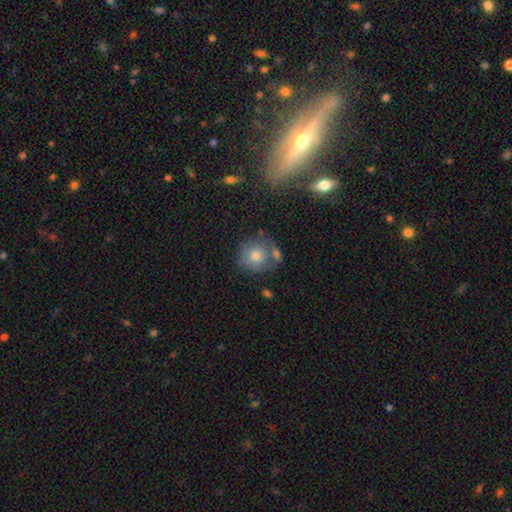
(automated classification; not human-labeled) This is likely a smooth galaxy (67%). How rounded: clearly round (87%). Merging: likely none (61%).